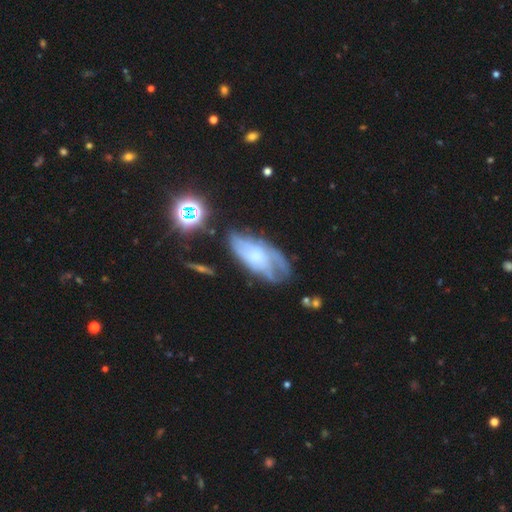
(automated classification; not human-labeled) This appears to be a featured or disk galaxy (61%) with no bar (75%), spiral arms (67%) and a small central bulge (31%, tied with moderate). Merging: none (50%).